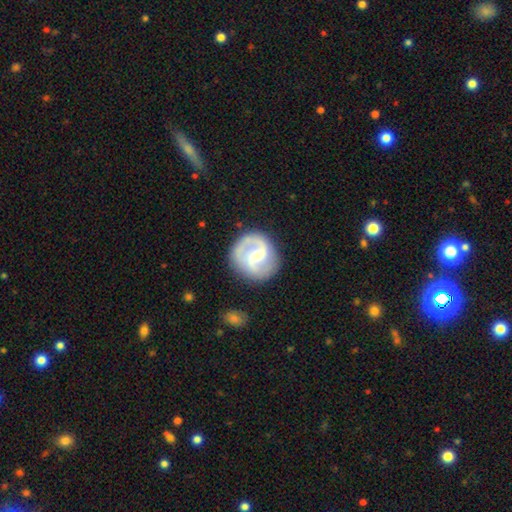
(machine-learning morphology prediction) featured or disk 82%, smooth 13%, star or artifact 5%. Down the decision tree: edge-on disk — no (98%); bar — weak (55%); spiral arms — yes (93%); spiral arm count — 2 (86%); spiral winding — medium (47%); bulge size — small (48%); merging — none (78%).